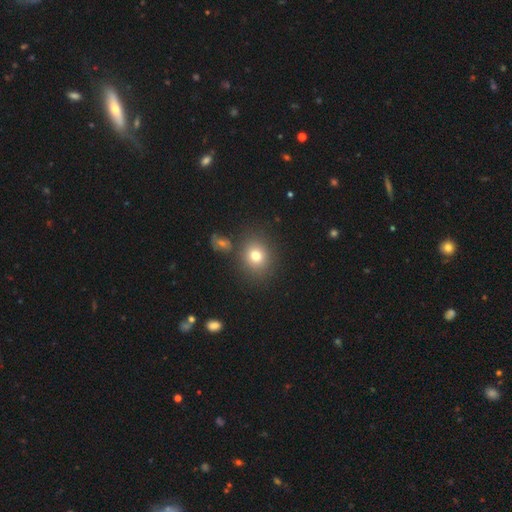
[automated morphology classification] Smooth or featured?
  - smooth: 76% *
  - star or artifact: 13%
  - featured or disk: 10%
How rounded?
  - round: 73% *
  - in between: 26%
  - cigar-shaped: 1%
Merging?
  - none: 80% *
  - minor disturbance: 9%
  - merger: 7%
  - major disturbance: 3%